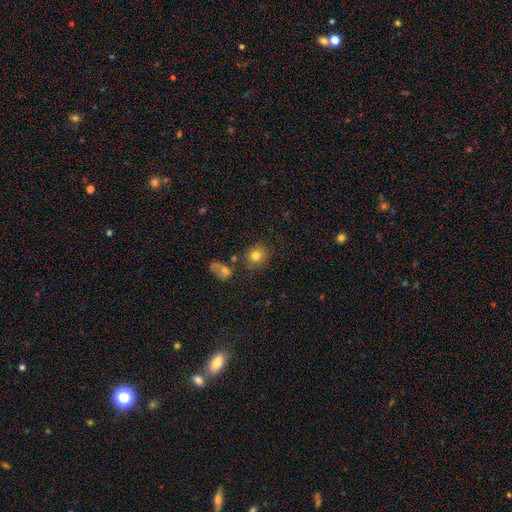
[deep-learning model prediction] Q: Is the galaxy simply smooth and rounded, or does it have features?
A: smooth — 78%.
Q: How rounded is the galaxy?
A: round — 80%.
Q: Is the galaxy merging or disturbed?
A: none — 72%.